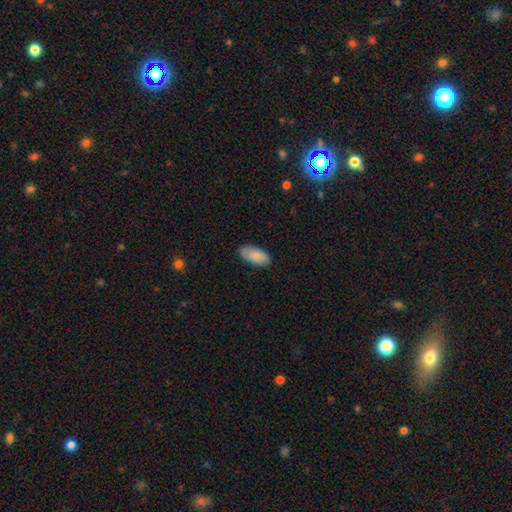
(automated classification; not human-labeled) Smooth or featured? Predicted: smooth (p=0.84). How rounded? Predicted: in between (p=0.92). Merging? Predicted: none (p=0.84).